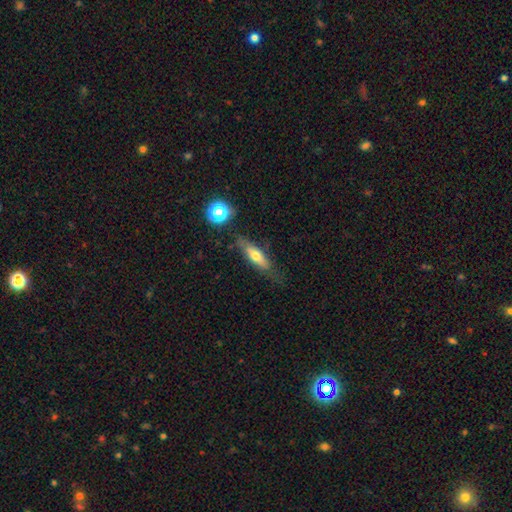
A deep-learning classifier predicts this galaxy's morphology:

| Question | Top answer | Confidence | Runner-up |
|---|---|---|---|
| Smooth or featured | smooth | 56% | featured or disk (36%) |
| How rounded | cigar-shaped | 57% | in between (40%) |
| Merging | none | 68% | minor disturbance (21%) |